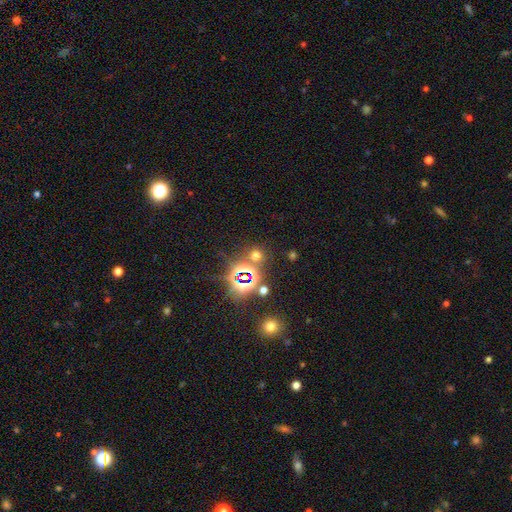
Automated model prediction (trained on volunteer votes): Q: Smooth or featured?
A: star or artifact (48%); runner-up: smooth (45%)